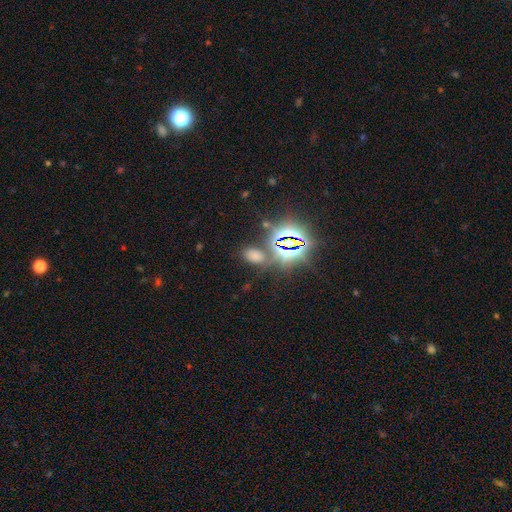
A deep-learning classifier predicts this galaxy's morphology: This appears to be a smooth galaxy with no disk features (52%) that is in between round and cigar-shaped (88%). Merging: none (75%).